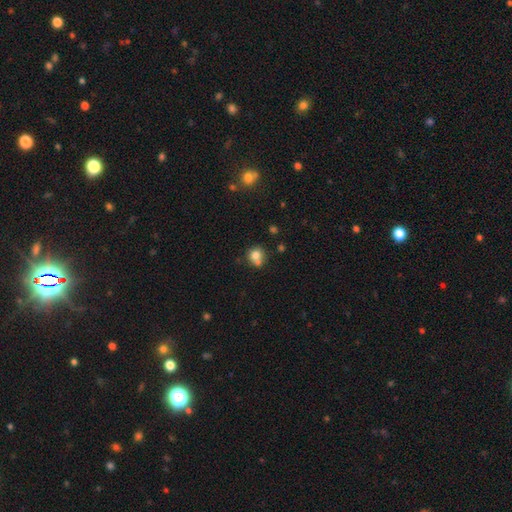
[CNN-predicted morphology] smooth_or_featured: smooth (p=0.77) [alt: star or artifact p=0.11]
how_rounded: round (p=0.81) [alt: in between p=0.18]
merging: none (p=0.49) [alt: merger p=0.31]